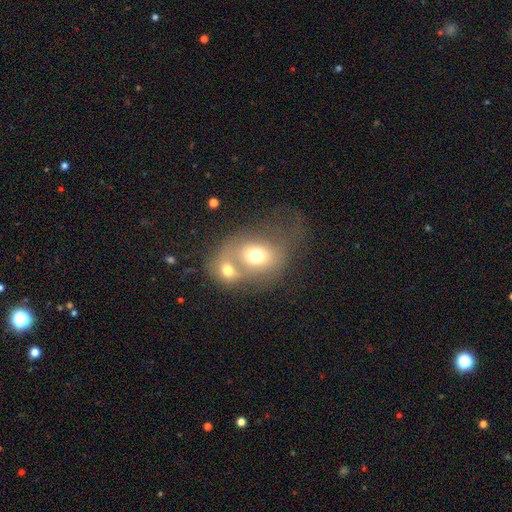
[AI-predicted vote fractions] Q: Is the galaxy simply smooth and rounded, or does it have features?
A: smooth — 62%.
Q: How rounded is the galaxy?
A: round — 50%.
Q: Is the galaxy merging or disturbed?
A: merger — 65%.